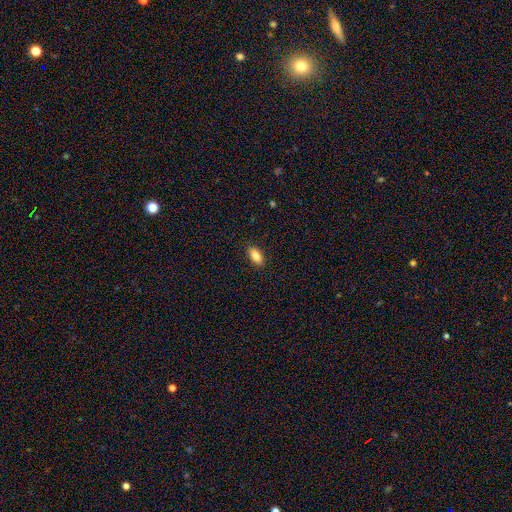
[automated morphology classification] The model was most divided on "how rounded": in between: 84%, cigar-shaped: 13%, round: 3%. More confident: merging — none (89%); smooth or featured — smooth (85%).